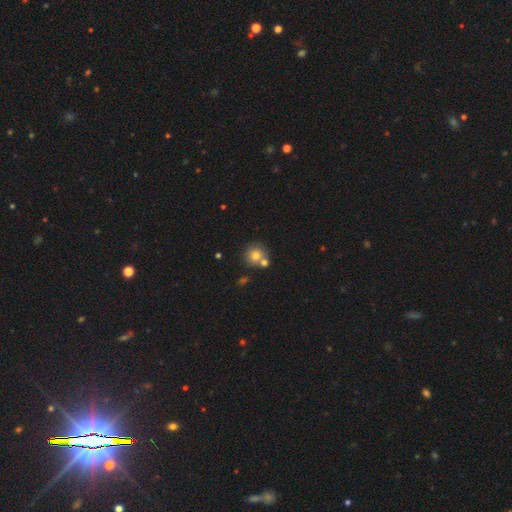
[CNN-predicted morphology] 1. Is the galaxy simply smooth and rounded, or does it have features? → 75% smooth, 13% featured or disk, 13% star or artifact.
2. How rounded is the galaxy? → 91% round, 8% in between, 1% cigar-shaped.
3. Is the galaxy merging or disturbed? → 64% none, 25% merger, 9% minor disturbance, 3% major disturbance.